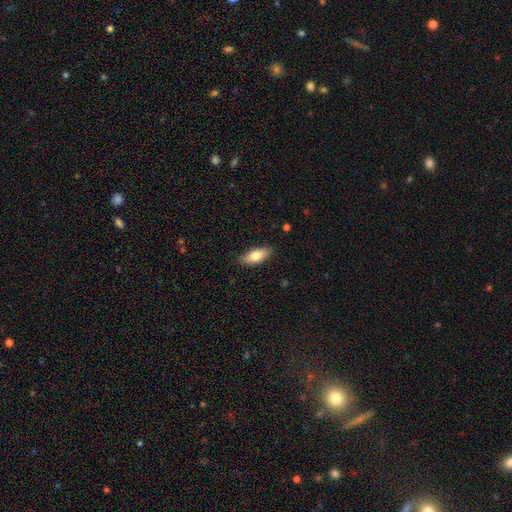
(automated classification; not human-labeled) smooth-or-featured: smooth: 77% | featured or disk: 16% | star or artifact: 6%
  how-rounded: in between: 83% | cigar-shaped: 13% | round: 3%
  merging: none: 86% | minor disturbance: 11% | major disturbance: 2% | merger: 1%